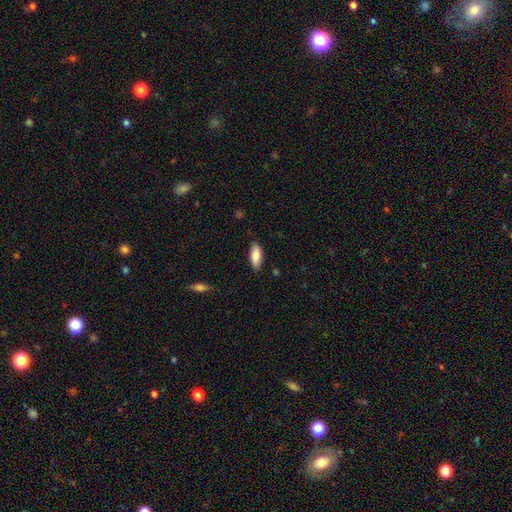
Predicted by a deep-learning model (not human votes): This appears to be a smooth galaxy with no disk features (85%) that is in between round and cigar-shaped (74%). Merging: none (84%).